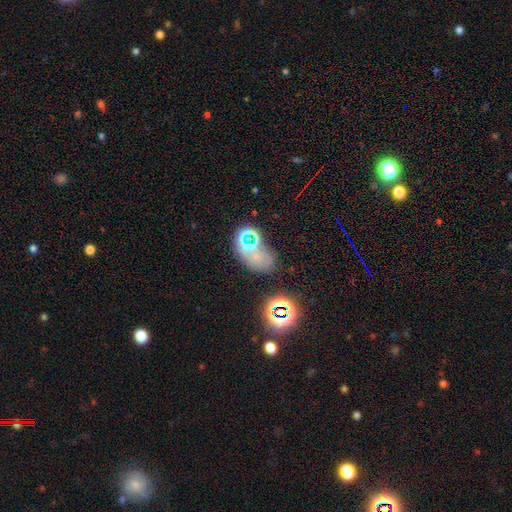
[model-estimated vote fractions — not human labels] A star or artifact, not a galaxy (51%).